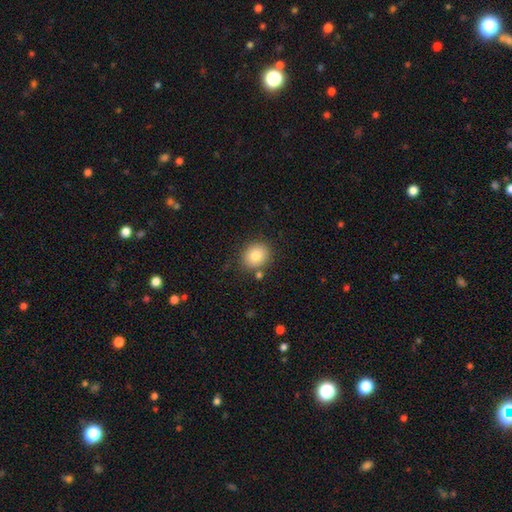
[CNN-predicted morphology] Q: Smooth or featured?
A: smooth (81%); runner-up: featured or disk (10%)
Q: How rounded?
A: round (71%); runner-up: in between (29%)
Q: Merging?
A: none (82%); runner-up: minor disturbance (10%)